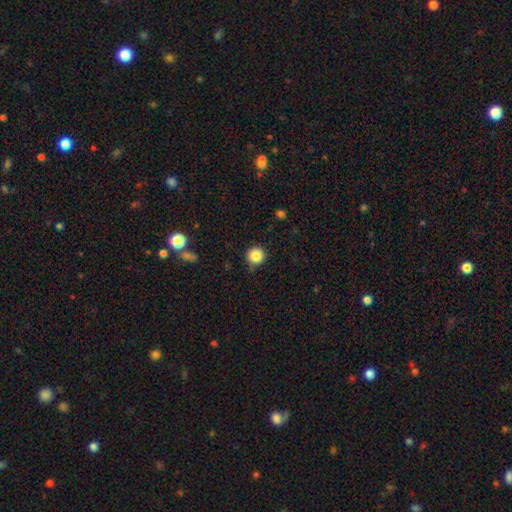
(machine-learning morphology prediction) Smooth or featured? smooth (85%)
How rounded? round (94%)
Merging? none (89%)